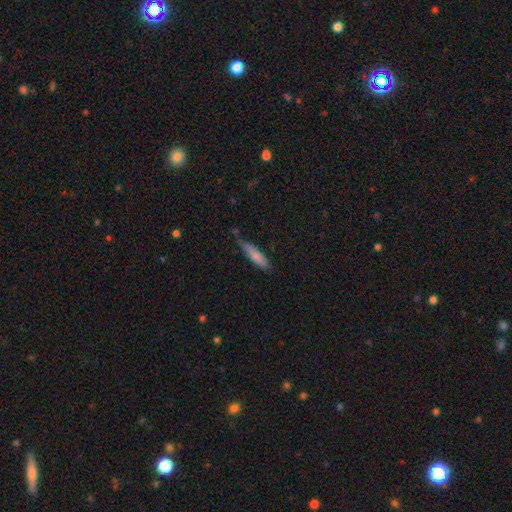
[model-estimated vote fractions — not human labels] A smooth galaxy with no disk features (78%) that is cigar-shaped (80%).

Vote fractions:
- Smooth or featured? smooth: 78% / featured or disk: 15% / star or artifact: 6%
- How rounded? cigar-shaped: 80% / in between: 18% / round: 1%
- Merging? none: 59% / minor disturbance: 31% / major disturbance: 6% / merger: 5%